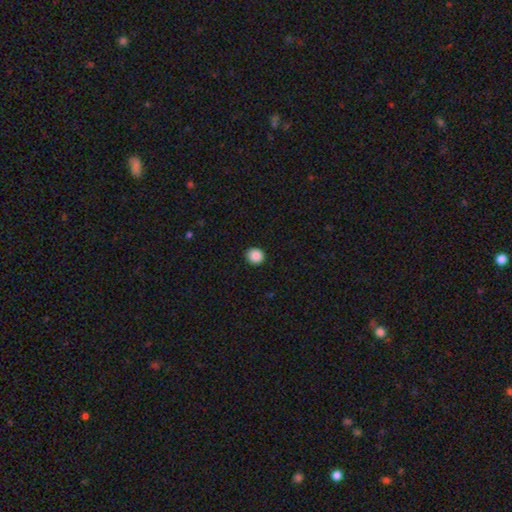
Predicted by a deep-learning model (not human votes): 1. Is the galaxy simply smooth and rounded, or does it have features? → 88% smooth, 9% star or artifact, 3% featured or disk.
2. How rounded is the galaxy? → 89% round, 10% in between, 1% cigar-shaped.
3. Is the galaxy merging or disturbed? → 92% none, 5% minor disturbance, 2% major disturbance, 1% merger.